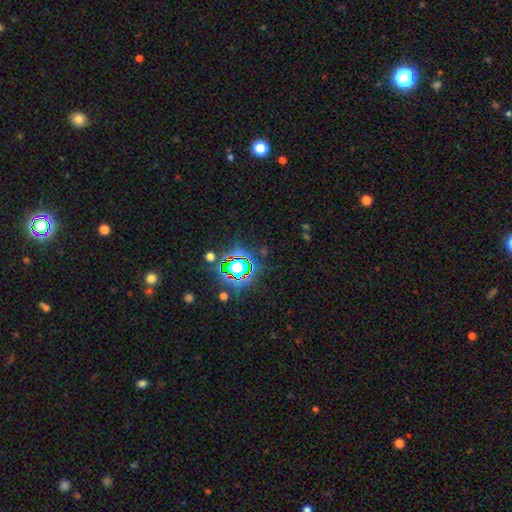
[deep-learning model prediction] Q: Smooth or featured?
A: star or artifact (80%); runner-up: smooth (11%)